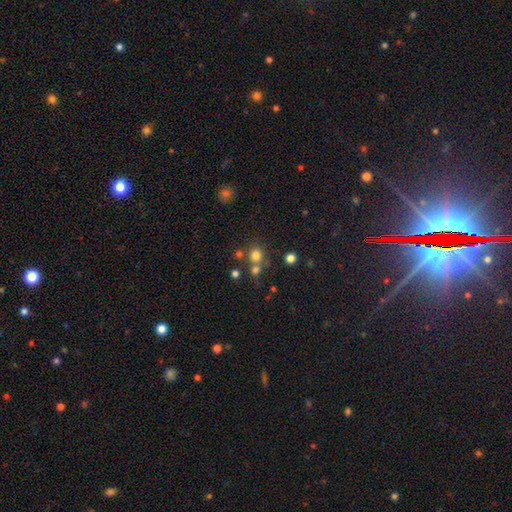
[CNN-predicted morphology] A smooth galaxy with no disk features (74%) that is round (89%). Merging: none (62%).